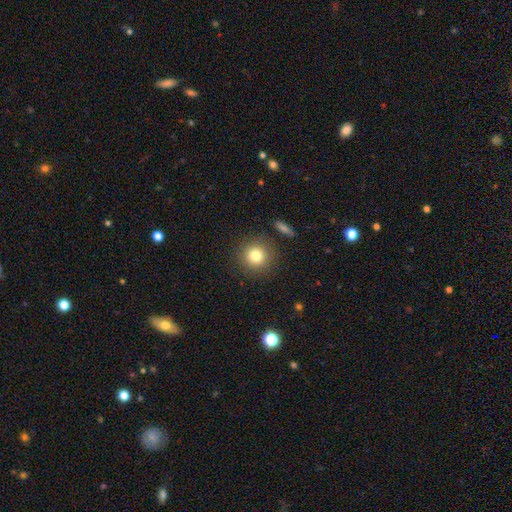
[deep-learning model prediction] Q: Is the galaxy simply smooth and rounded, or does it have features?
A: smooth — 80%.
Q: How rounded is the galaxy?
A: round — 93%.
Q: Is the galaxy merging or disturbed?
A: none — 88%.